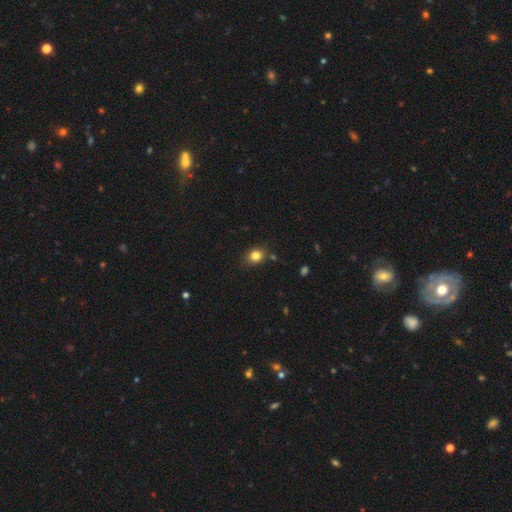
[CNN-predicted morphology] type=smooth (82%); roundness=round (61%); merging=none (79%).